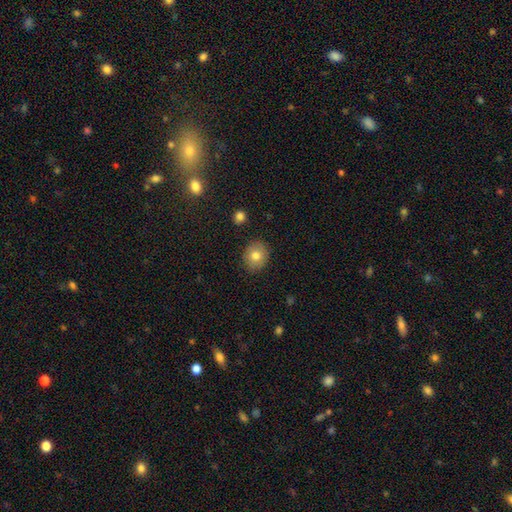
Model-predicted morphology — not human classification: Overall: smooth (79%). How rounded: round (69%; in between 30%). Merging: none (88%).